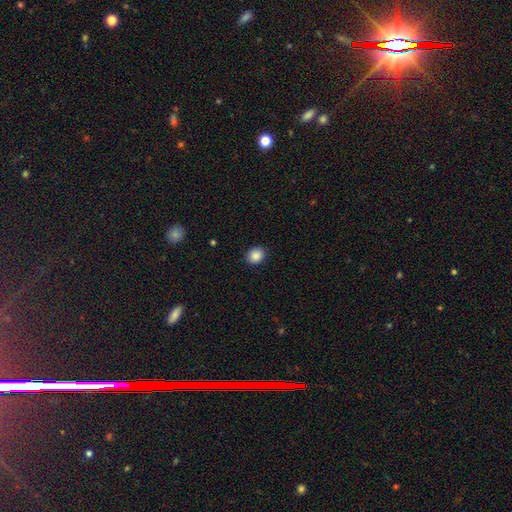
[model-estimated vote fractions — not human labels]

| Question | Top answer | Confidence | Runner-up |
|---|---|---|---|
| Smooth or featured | smooth | 88% | star or artifact (9%) |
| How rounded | round | 63% | in between (37%) |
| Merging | none | 90% | minor disturbance (7%) |